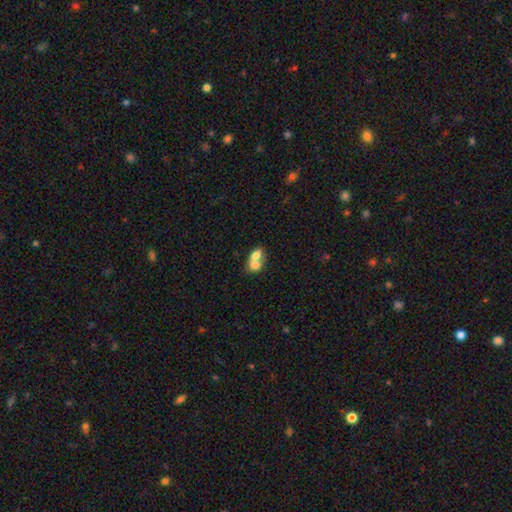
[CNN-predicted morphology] Q: Smooth or featured?
A: smooth (69%); runner-up: featured or disk (22%)
Q: How rounded?
A: in between (67%); runner-up: round (31%)
Q: Merging?
A: merger (75%); runner-up: none (16%)